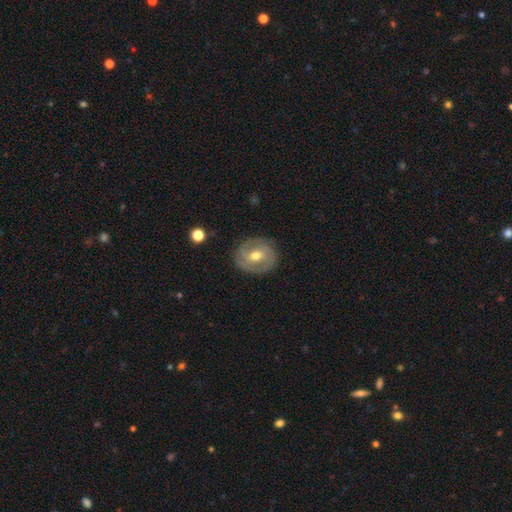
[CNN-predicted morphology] Smooth or featured? Predicted: featured or disk (p=0.71). Edge-on disk? Predicted: no (p=0.96). Bar? Predicted: weak (p=0.45). Spiral arms? Predicted: yes (p=0.80). Spiral winding? Predicted: tight (p=0.55). Spiral arm count? Predicted: 2 (p=0.67). Bulge size? Predicted: moderate (p=0.73). Merging? Predicted: none (p=0.83).